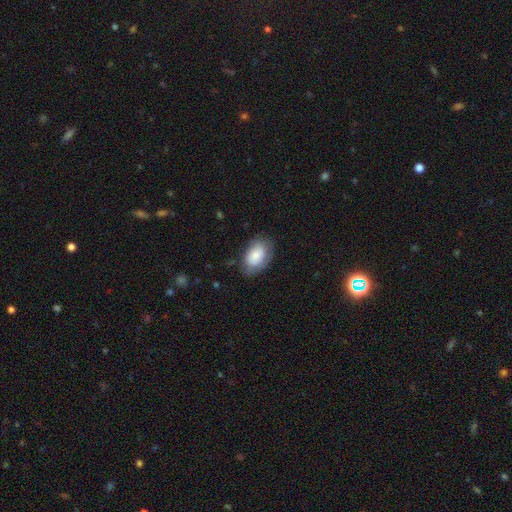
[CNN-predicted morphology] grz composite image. It shows a smooth galaxy with no disk features (77%) that is in between round and cigar-shaped (90%). Merging: none (68%).